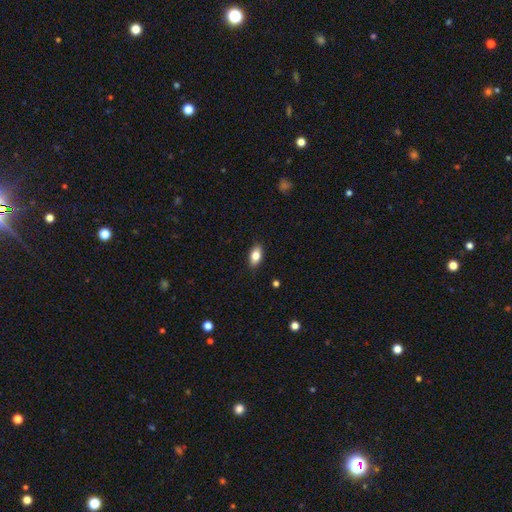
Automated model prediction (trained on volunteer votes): Smooth or featured?
  - smooth: 81% *
  - featured or disk: 11%
  - star or artifact: 8%
How rounded?
  - in between: 90% *
  - round: 6%
  - cigar-shaped: 4%
Merging?
  - none: 89% *
  - minor disturbance: 9%
  - major disturbance: 2%
  - merger: 1%